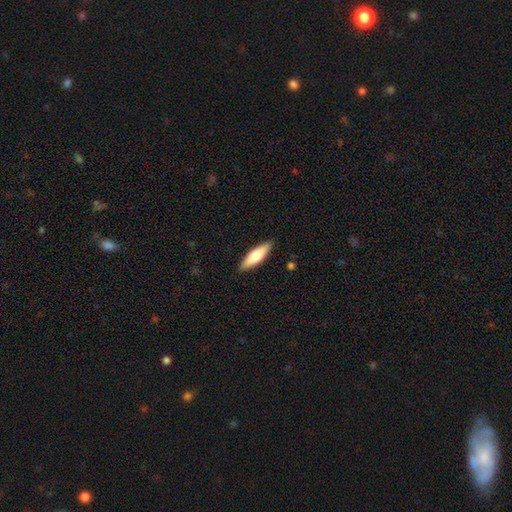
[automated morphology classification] This is likely a smooth galaxy (68%). How rounded: possibly cigar-shaped (59%). Merging: clearly none (88%).